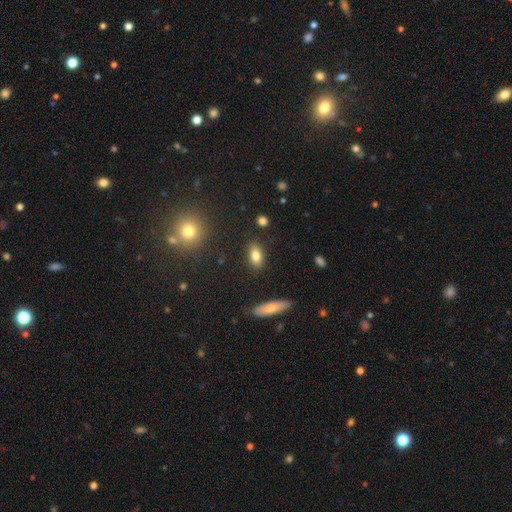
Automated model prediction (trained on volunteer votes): A smooth galaxy with no disk features (81%) that is in between round and cigar-shaped (85%).

Vote fractions:
- Smooth or featured? smooth: 81% / featured or disk: 10% / star or artifact: 9%
- How rounded? in between: 85% / round: 9% / cigar-shaped: 6%
- Merging? none: 87% / minor disturbance: 9% / major disturbance: 2% / merger: 2%